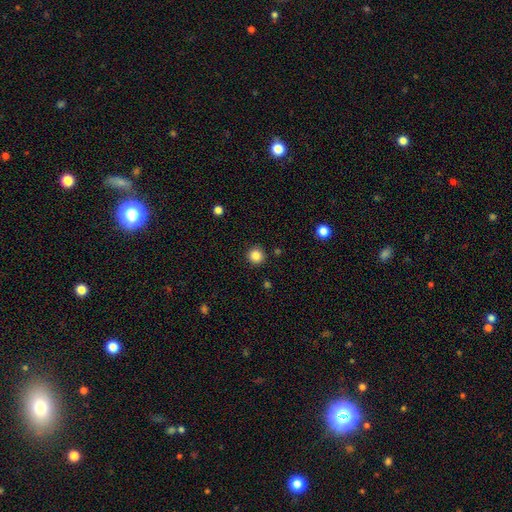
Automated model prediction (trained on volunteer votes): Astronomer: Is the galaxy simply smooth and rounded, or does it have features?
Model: smooth — 85%.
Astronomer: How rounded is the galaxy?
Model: round — 95%.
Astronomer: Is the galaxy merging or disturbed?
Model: none — 91%.